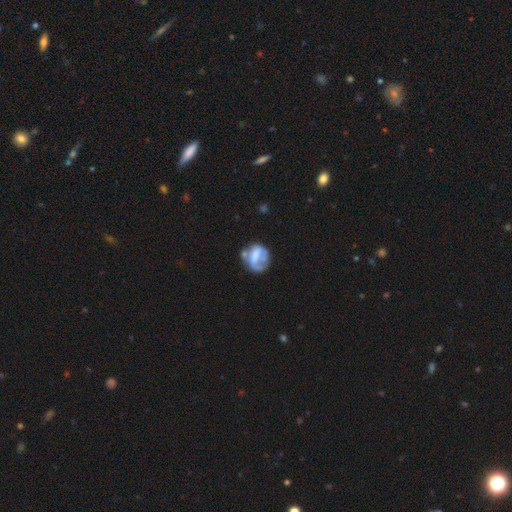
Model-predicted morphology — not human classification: featured or disk 48%, smooth 43%, star or artifact 9%. Down the decision tree: merging — none (39%).